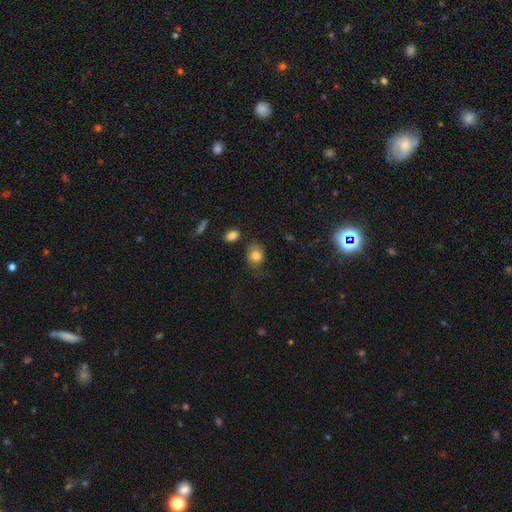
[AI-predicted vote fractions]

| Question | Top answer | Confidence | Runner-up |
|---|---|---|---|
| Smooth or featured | smooth | 82% | star or artifact (10%) |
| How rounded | round | 50% | in between (49%) |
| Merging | none | 64% | minor disturbance (24%) |